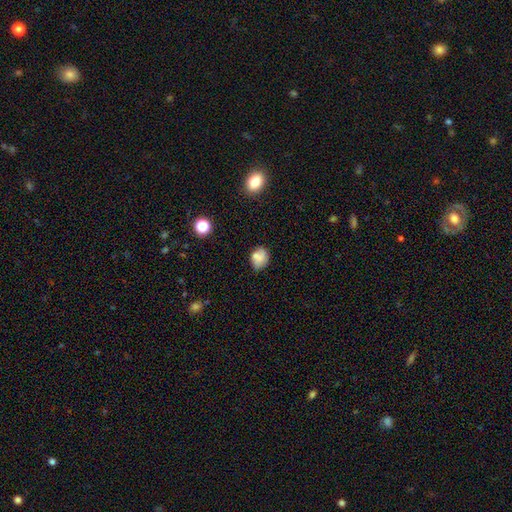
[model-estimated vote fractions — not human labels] smooth 71%, featured or disk 17%, star or artifact 12%. Down the decision tree: how rounded — in between (60%); merging — none (60%).